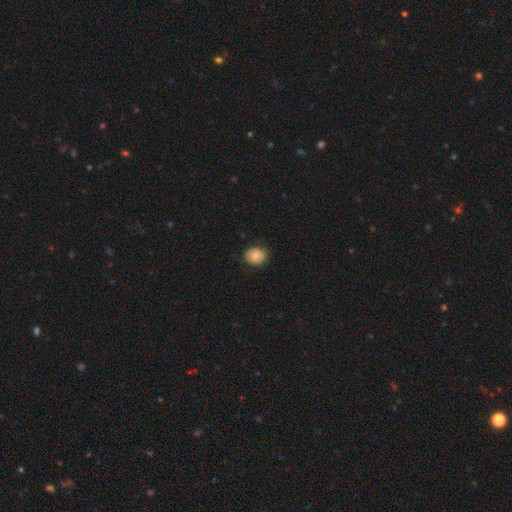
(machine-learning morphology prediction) Smooth or featured: smooth — 81% (featured or disk — 11%)
How rounded: round — 57% (in between — 42%)
Merging: none — 81% (minor disturbance — 16%)